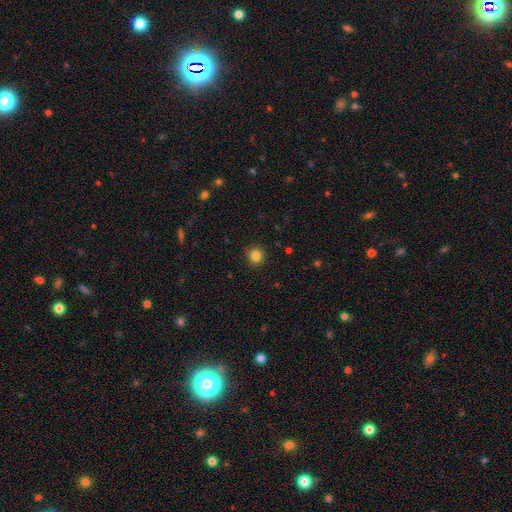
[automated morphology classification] Smooth or featured? Predicted: smooth (p=0.84). How rounded? Predicted: round (p=0.91). Merging? Predicted: none (p=0.90).